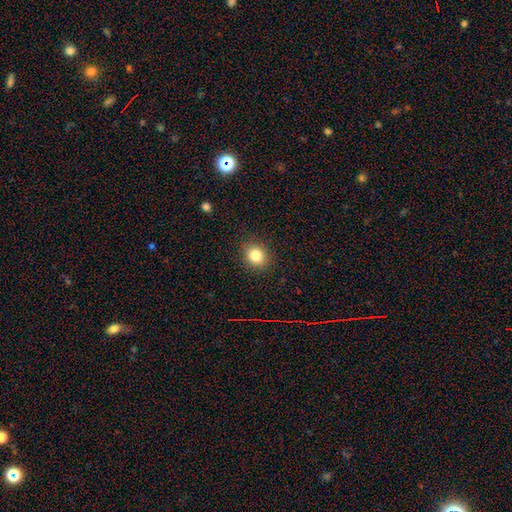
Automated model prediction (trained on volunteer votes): Smooth or featured: smooth — 82% (star or artifact — 11%)
How rounded: round — 73% (in between — 26%)
Merging: none — 89% (minor disturbance — 8%)